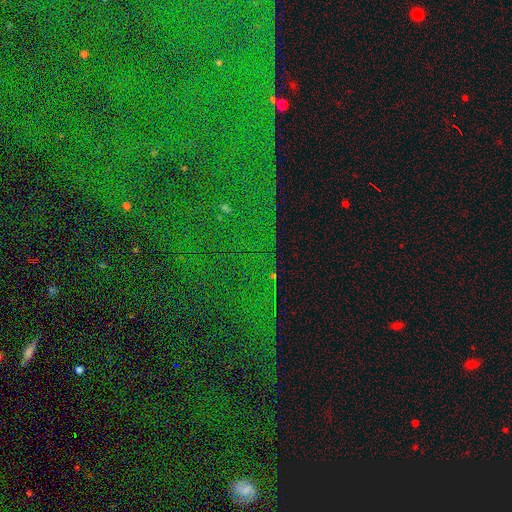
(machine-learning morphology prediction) Q: Smooth or featured?
A: star or artifact (83%); runner-up: featured or disk (9%)